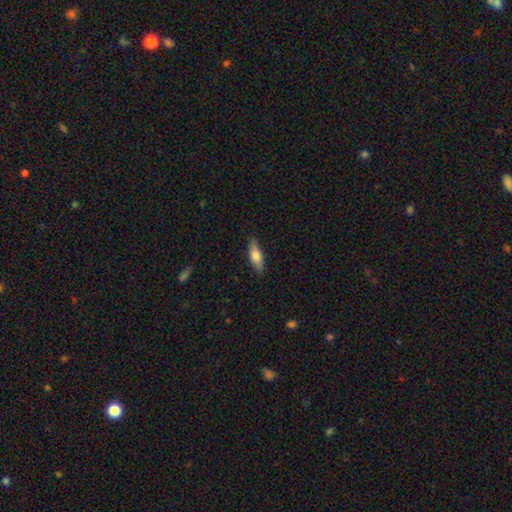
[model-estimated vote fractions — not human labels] Smooth or featured: smooth — 74% (featured or disk — 20%)
How rounded: in between — 59% (cigar-shaped — 39%)
Merging: none — 83% (minor disturbance — 14%)